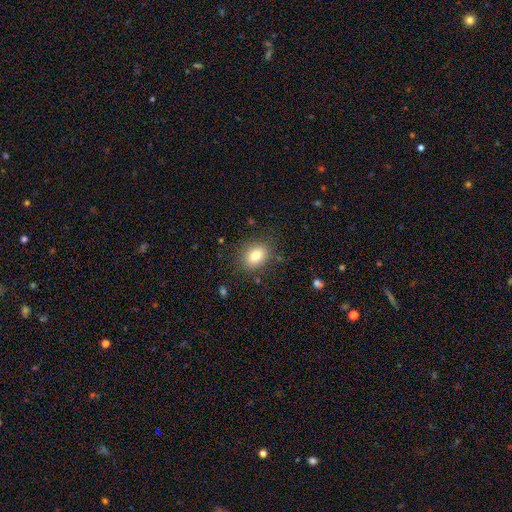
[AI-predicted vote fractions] Smooth or featured? smooth (80%)
How rounded? in between (59%)
Merging? none (83%)